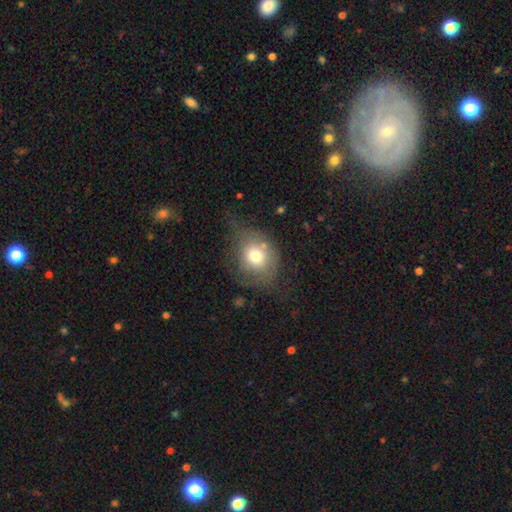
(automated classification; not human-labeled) Morphology: type=smooth (66%); roundness=round (66%); merging=none (41%).